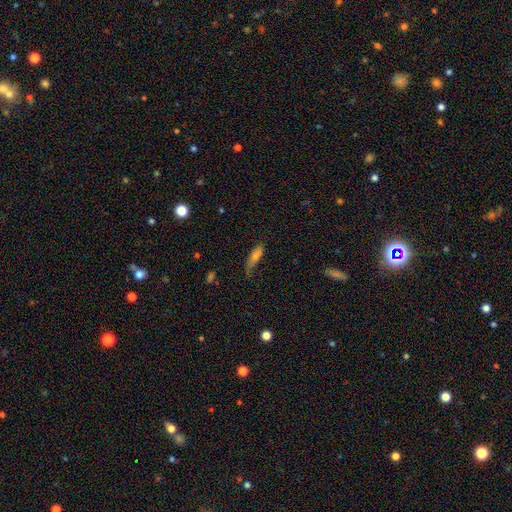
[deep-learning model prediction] smooth 68%, featured or disk 23%, star or artifact 9%. Down the decision tree: how rounded — cigar-shaped (52%); merging — none (53%).